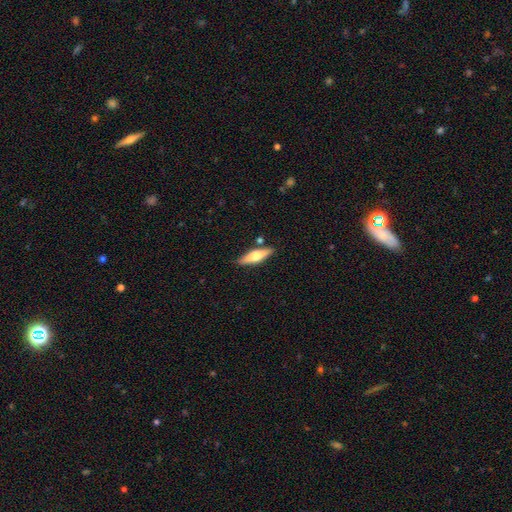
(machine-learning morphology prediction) Smooth or featured: smooth — 48% (featured or disk — 47%)
Merging: none — 84% (minor disturbance — 10%)